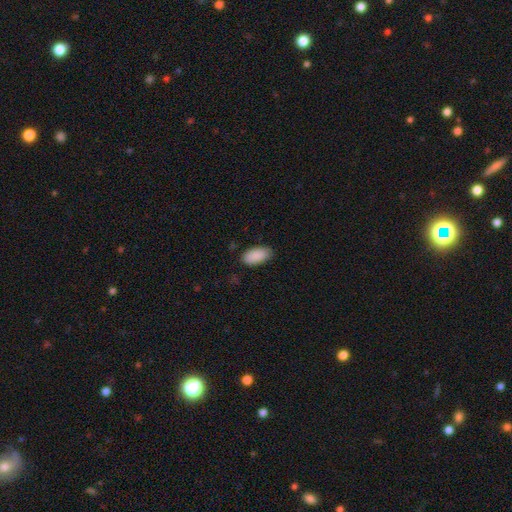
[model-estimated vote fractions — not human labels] A smooth galaxy with no disk features (90%) that is in between round and cigar-shaped (94%). Merging: none (84%).